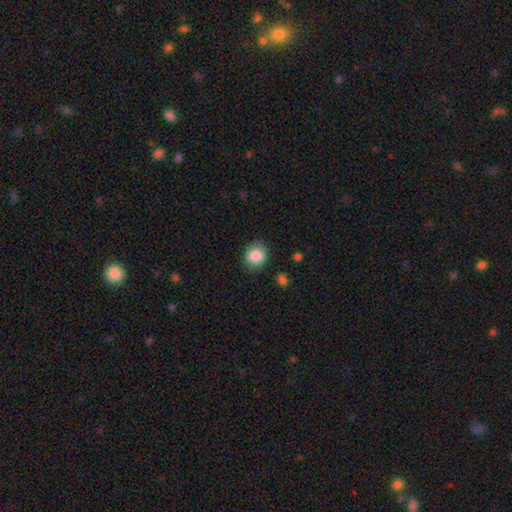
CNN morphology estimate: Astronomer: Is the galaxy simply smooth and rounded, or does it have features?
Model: smooth — 86%.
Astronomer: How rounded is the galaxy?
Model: round — 62% (runner-up: in between, 37%).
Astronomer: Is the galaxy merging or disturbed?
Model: none — 80%.